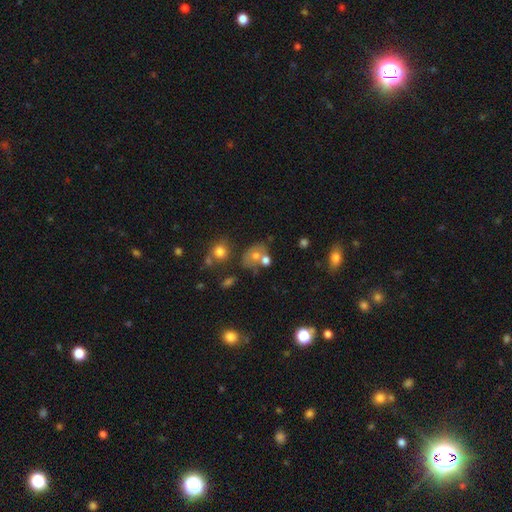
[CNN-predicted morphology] Q: Smooth or featured?
A: smooth (62%); runner-up: featured or disk (23%)
Q: How rounded?
A: in between (55%); runner-up: round (43%)
Q: Merging?
A: none (39%); runner-up: merger (36%)